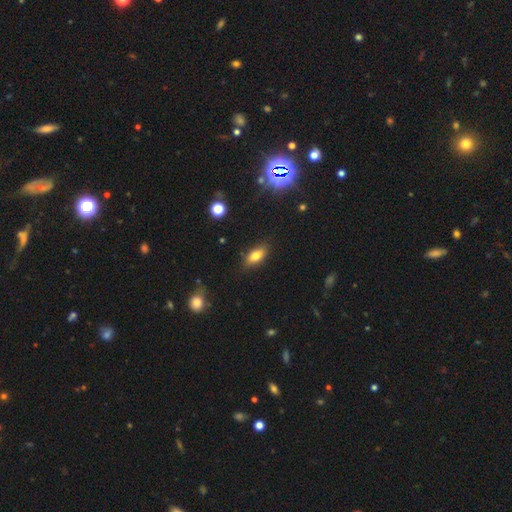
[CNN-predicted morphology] Smooth or featured?
  - smooth: 76% *
  - featured or disk: 15%
  - star or artifact: 10%
How rounded?
  - in between: 83% *
  - cigar-shaped: 12%
  - round: 5%
Merging?
  - none: 83% *
  - minor disturbance: 13%
  - major disturbance: 3%
  - merger: 2%